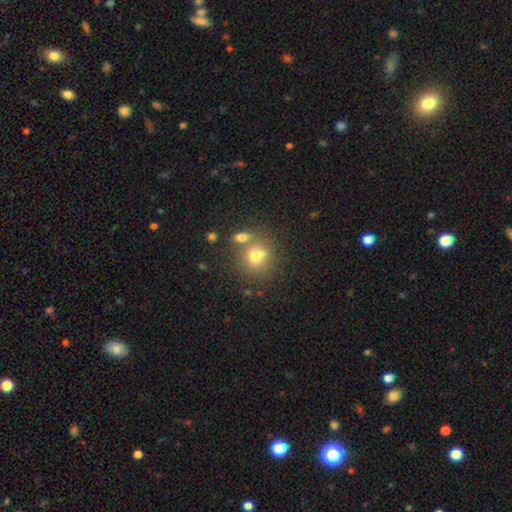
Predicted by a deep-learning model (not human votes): smooth 73%, featured or disk 14%, star or artifact 13%. Down the decision tree: how rounded — round (84%); merging — none (57%).